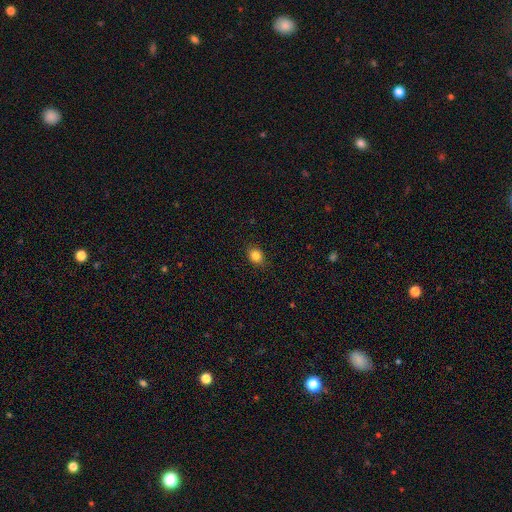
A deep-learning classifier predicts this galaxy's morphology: This appears to be a smooth galaxy with no disk features (84%) that is round (52%). Merging: none (87%).